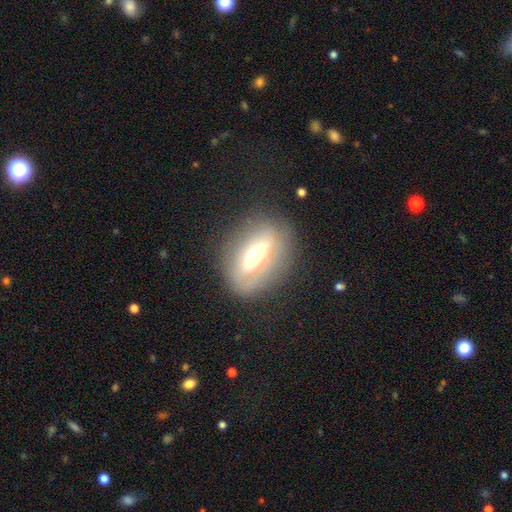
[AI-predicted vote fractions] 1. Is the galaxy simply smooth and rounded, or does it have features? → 56% featured or disk, 35% smooth, 9% star or artifact.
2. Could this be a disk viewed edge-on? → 71% no, 29% yes.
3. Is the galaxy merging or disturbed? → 76% none, 15% minor disturbance, 8% major disturbance, 2% merger.